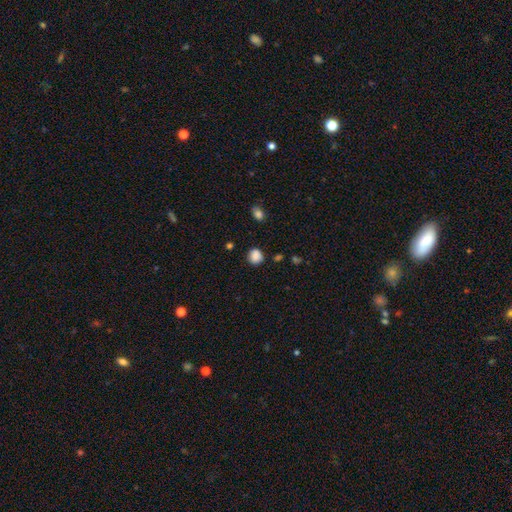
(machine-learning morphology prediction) A smooth galaxy with no disk features (86%) that is round (83%). Merging: none (82%).